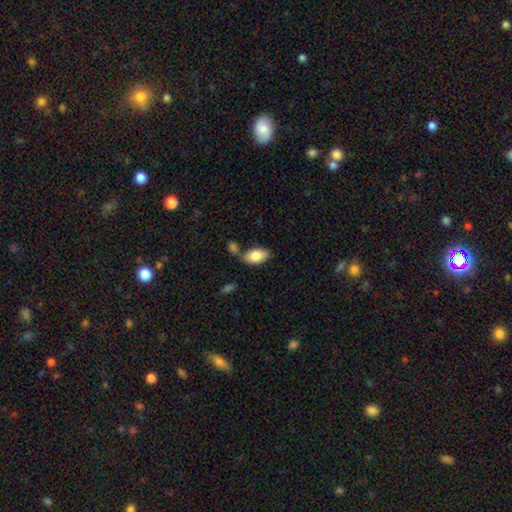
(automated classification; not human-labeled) Q: Smooth or featured?
A: smooth (82%); runner-up: featured or disk (11%)
Q: How rounded?
A: in between (94%); runner-up: round (4%)
Q: Merging?
A: none (66%); runner-up: minor disturbance (16%)